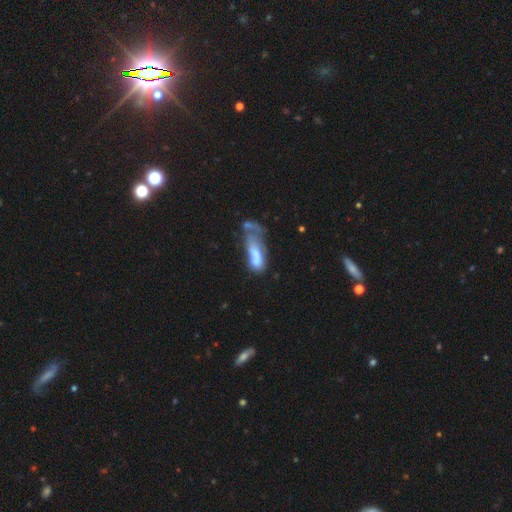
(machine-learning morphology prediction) smooth 53%, featured or disk 37%, star or artifact 10%. Down the decision tree: how rounded — in between (68%); merging — major disturbance (35%, tied with merger).